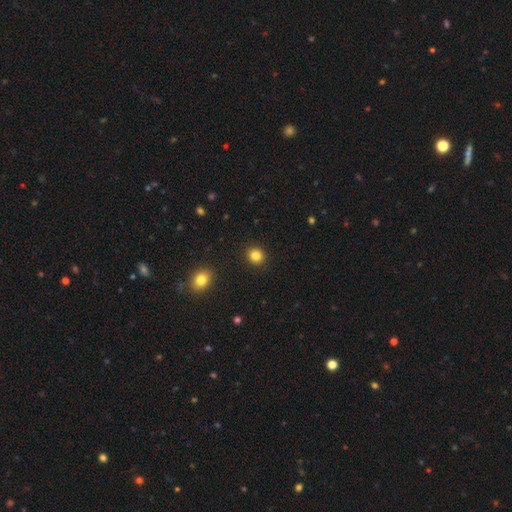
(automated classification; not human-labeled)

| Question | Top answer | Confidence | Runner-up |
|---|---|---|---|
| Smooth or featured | smooth | 83% | star or artifact (12%) |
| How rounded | round | 85% | in between (14%) |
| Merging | none | 92% | minor disturbance (5%) |